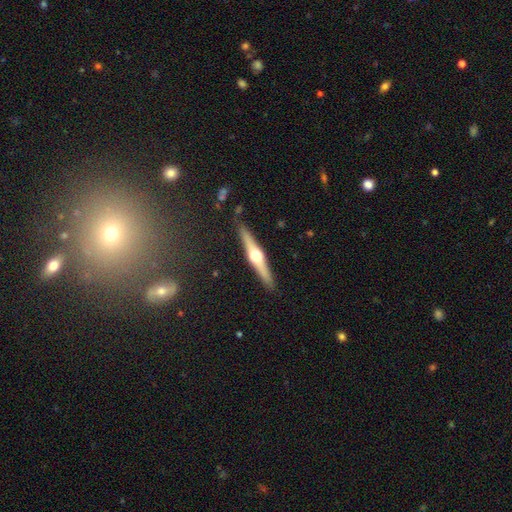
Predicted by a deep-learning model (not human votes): Smooth or featured? featured or disk (73%)
Edge-on disk? yes (97%)
Edge-on bulge? rounded (95%)
Merging? none (89%)